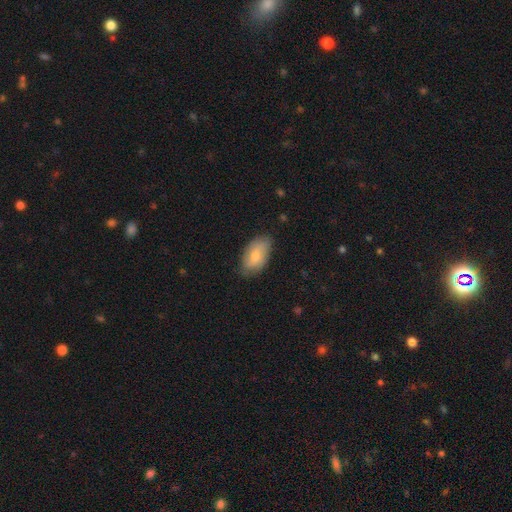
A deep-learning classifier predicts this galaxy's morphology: This is likely a smooth galaxy (67%). How rounded: clearly in between (93%). Merging: likely none (74%).